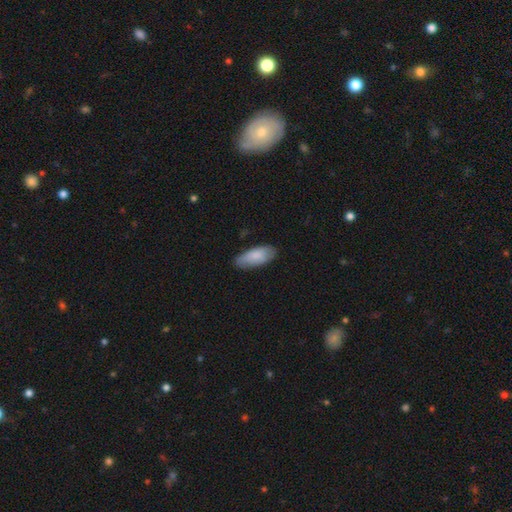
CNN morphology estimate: smooth 83%, featured or disk 12%, star or artifact 6%. Down the decision tree: how rounded — in between (83%); merging — none (78%).